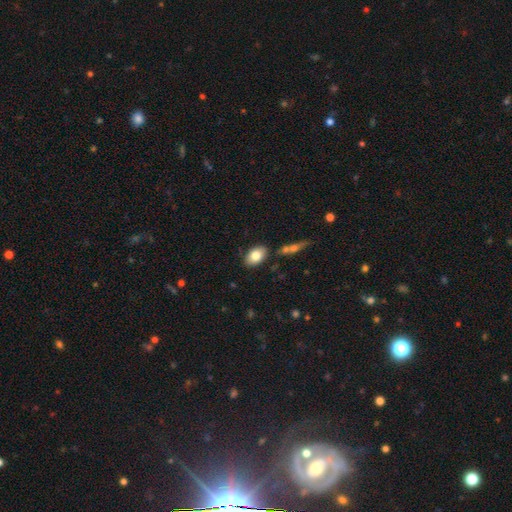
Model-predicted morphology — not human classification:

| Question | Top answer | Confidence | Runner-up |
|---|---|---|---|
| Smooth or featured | smooth | 80% | featured or disk (13%) |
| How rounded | in between | 90% | round (9%) |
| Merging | none | 83% | minor disturbance (10%) |